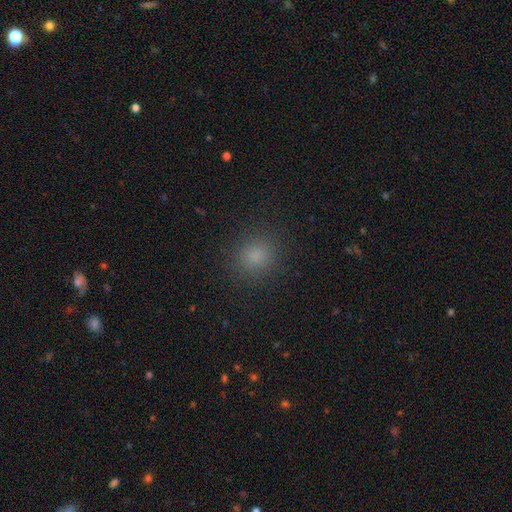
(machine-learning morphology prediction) Smooth or featured: smooth — 81% (star or artifact — 15%)
How rounded: round — 80% (in between — 18%)
Merging: none — 88% (minor disturbance — 8%)